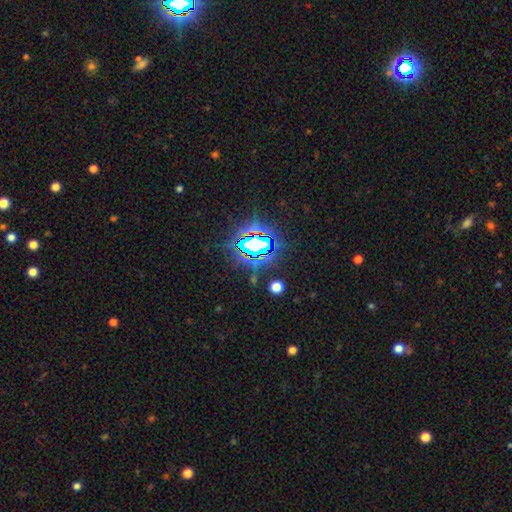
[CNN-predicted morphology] Smooth or featured? Predicted: star or artifact (p=0.79).